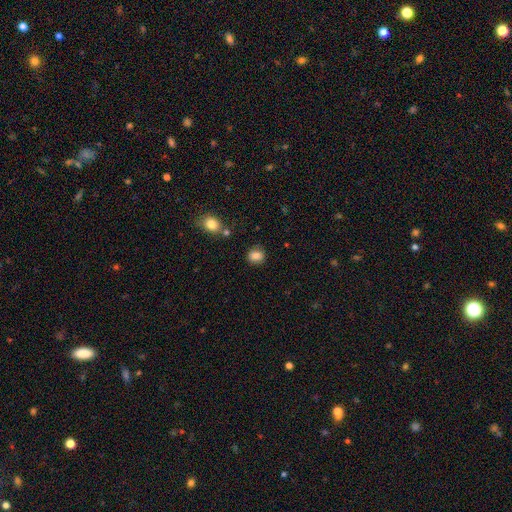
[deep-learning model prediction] This appears to be a smooth galaxy with no disk features (84%) that is round (72%). Merging: none (84%).